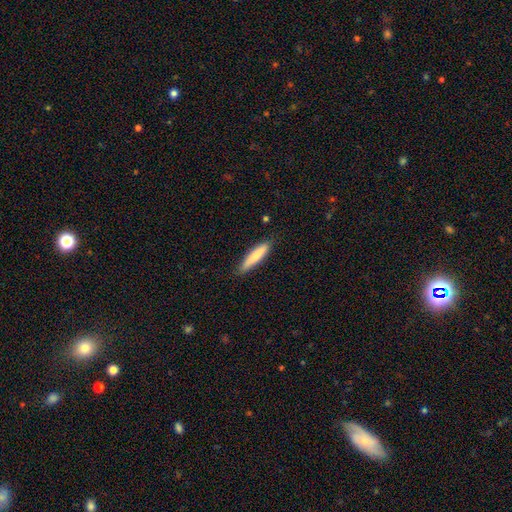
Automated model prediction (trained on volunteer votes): Overall: smooth (78%). How rounded: cigar-shaped (84%). Merging: none (83%).